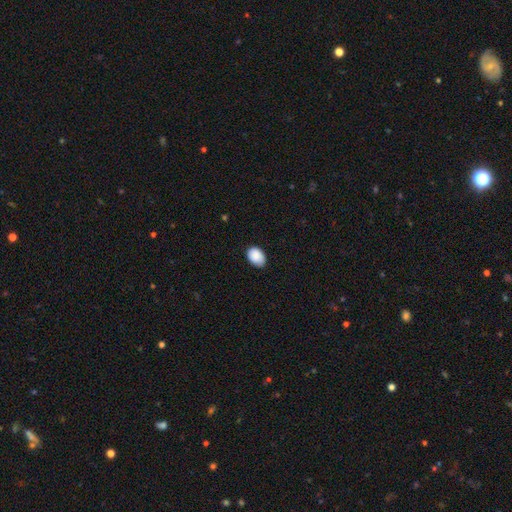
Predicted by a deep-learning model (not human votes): The model was most divided on "merging": none: 78%, minor disturbance: 19%, major disturbance: 3%, merger: 1%. More confident: smooth or featured — smooth (89%); how rounded — in between (80%).